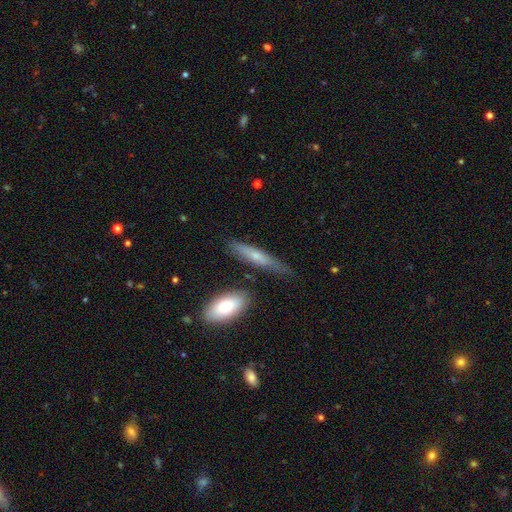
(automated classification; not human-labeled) A smooth galaxy with no disk features (56%) that is cigar-shaped (80%). Merging: none (70%).